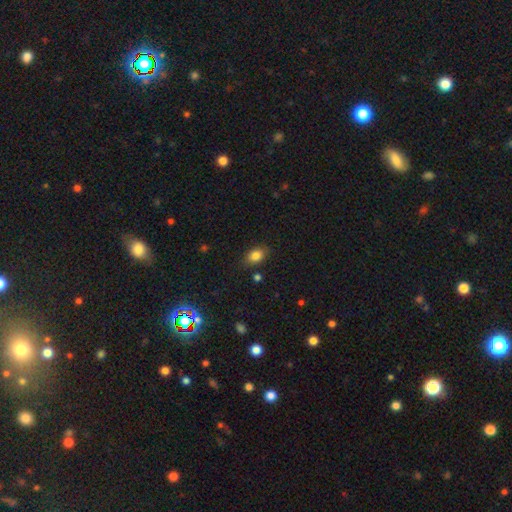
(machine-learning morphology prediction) smooth 83%, star or artifact 10%, featured or disk 7%. Down the decision tree: how rounded — in between (78%); merging — none (81%).